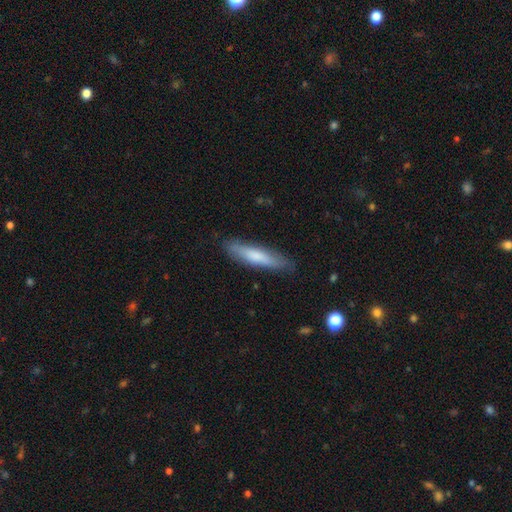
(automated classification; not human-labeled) Overall: smooth (67%; featured or disk 27%). How rounded: cigar-shaped (84%). Merging: none (83%).